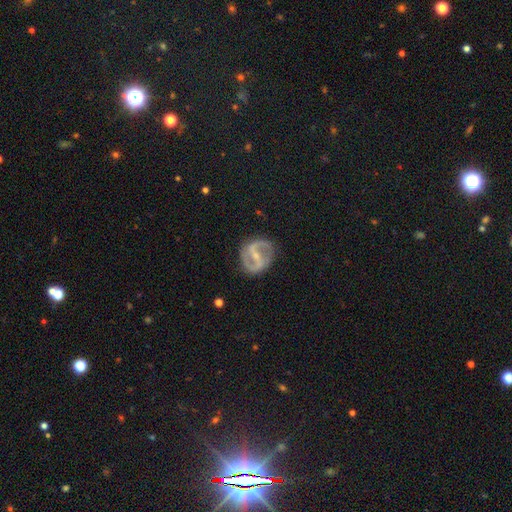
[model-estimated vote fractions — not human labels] Smooth or featured? featured or disk (85%)
Edge-on disk? no (96%)
Bar? strong (59%)
Spiral arms? yes (88%)
Spiral winding? medium (49%)
Spiral arm count? 2 (89%)
Bulge size? small (61%)
Merging? none (79%)